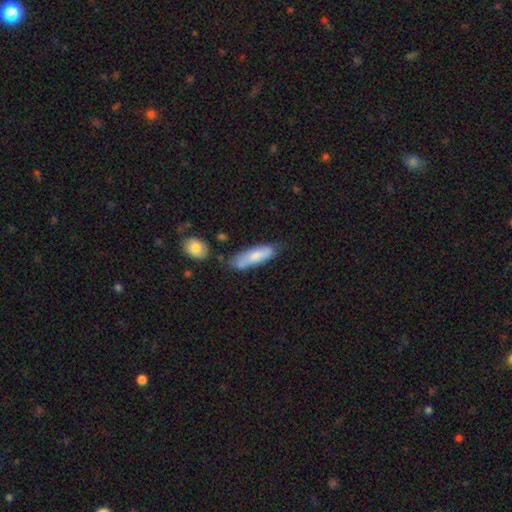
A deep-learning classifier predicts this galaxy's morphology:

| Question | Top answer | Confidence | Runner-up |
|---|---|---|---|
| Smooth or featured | smooth | 71% | featured or disk (23%) |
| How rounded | cigar-shaped | 55% | in between (43%) |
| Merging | none | 62% | minor disturbance (24%) |